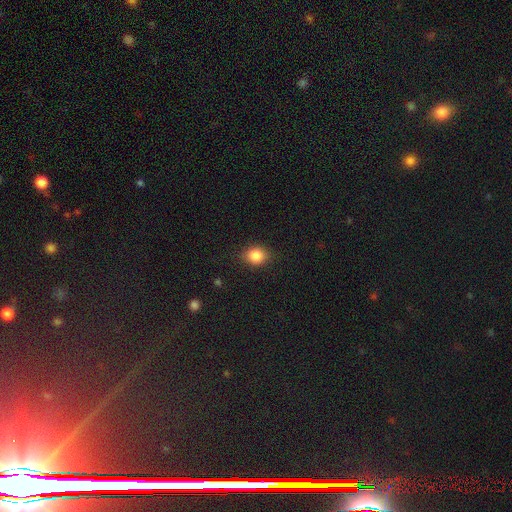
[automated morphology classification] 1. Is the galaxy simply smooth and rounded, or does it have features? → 86% smooth, 10% star or artifact, 5% featured or disk.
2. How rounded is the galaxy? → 61% round, 38% in between, 1% cigar-shaped.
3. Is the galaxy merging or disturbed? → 85% none, 11% minor disturbance, 3% major disturbance, 1% merger.